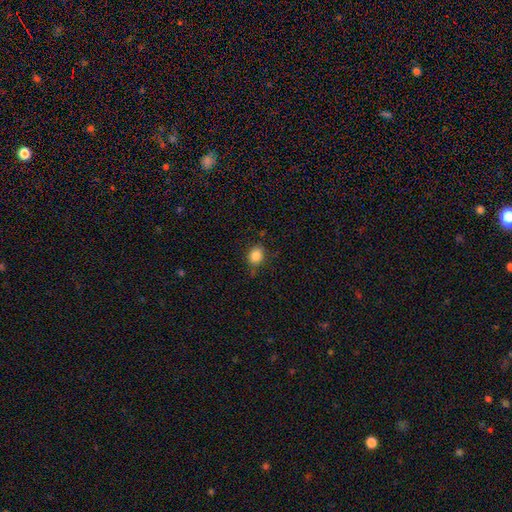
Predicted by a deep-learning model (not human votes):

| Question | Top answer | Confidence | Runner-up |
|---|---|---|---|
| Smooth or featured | smooth | 85% | star or artifact (10%) |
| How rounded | in between | 57% | round (42%) |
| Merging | none | 72% | minor disturbance (20%) |